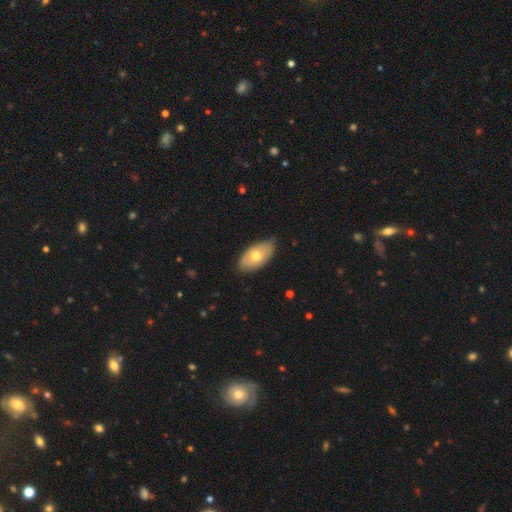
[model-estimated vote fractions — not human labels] The model was most divided on "smooth or featured": smooth: 64%, featured or disk: 30%, star or artifact: 6%. More confident: how rounded — in between (94%); merging — none (79%).